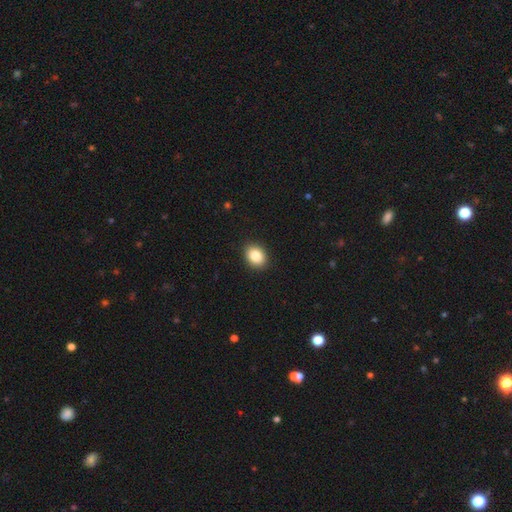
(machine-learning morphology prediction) A smooth galaxy with no disk features (85%) that is in between round and cigar-shaped (59%). Merging: none (91%).